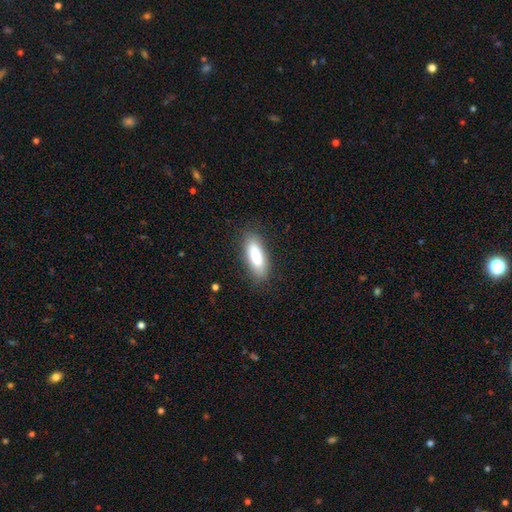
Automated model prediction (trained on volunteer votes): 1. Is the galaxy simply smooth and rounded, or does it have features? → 83% smooth, 11% featured or disk, 7% star or artifact.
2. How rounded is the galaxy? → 64% in between, 34% cigar-shaped, 2% round.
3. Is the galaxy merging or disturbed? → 82% none, 13% minor disturbance, 4% major disturbance, 2% merger.